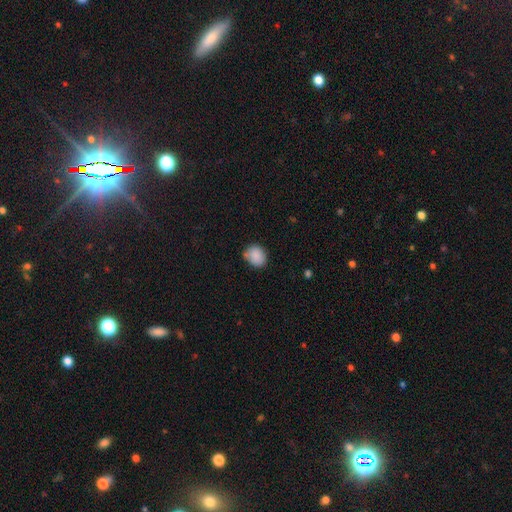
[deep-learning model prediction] Smooth or featured? Predicted: smooth (p=0.87). How rounded? Predicted: round (p=0.59). Merging? Predicted: none (p=0.70).